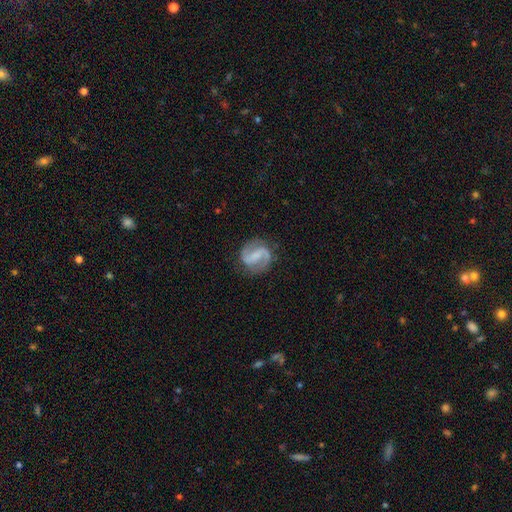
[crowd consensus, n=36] A featured or disk galaxy (94%) with a strong bar (42%, tied with weak), 2 (91%) medium (36%) spiral arms (100%) and no central bulge (42%). Merging: none (81%).